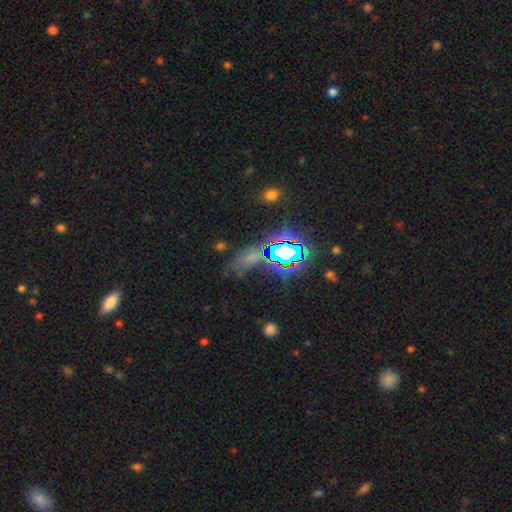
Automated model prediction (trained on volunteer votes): smooth_or_featured: star or artifact (p=0.67) [alt: smooth p=0.21]